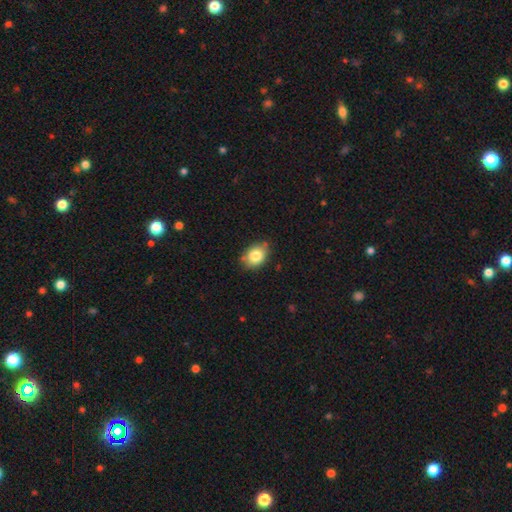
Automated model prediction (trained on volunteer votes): This is clearly a smooth galaxy (82%). How rounded: likely in between (74%). Merging: likely none (75%).